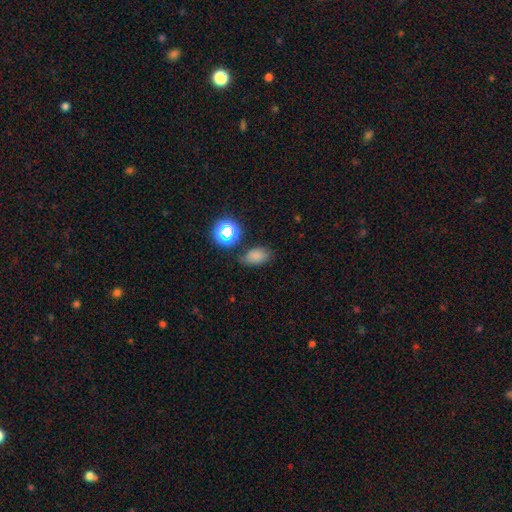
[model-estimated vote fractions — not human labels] Overall: smooth (75%). How rounded: in between (85%). Merging: none (71%).